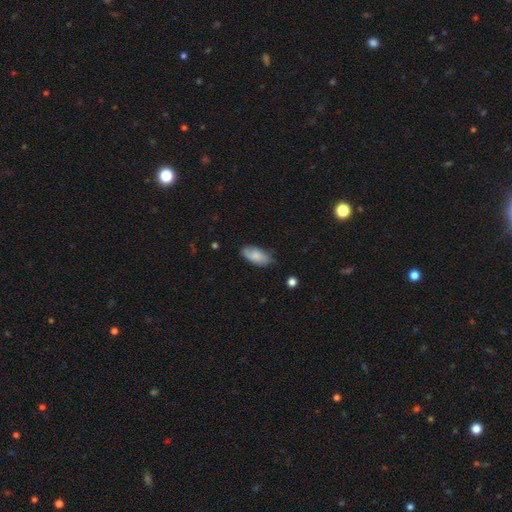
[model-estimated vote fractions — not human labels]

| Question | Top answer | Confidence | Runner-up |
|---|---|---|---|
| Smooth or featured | smooth | 76% | featured or disk (17%) |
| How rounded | in between | 91% | cigar-shaped (7%) |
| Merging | none | 74% | minor disturbance (21%) |